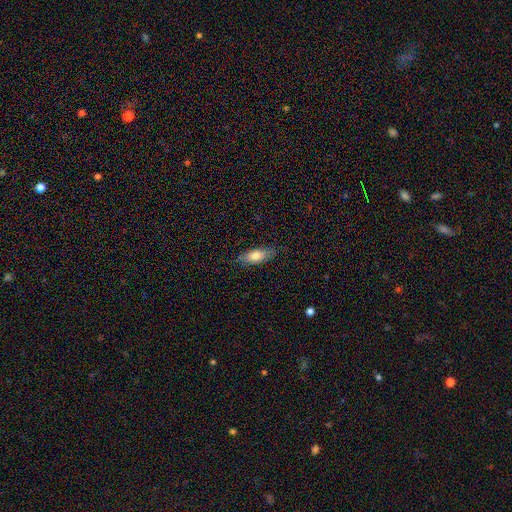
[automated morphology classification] Smooth or featured? Predicted: smooth (p=0.75). How rounded? Predicted: in between (p=0.74). Merging? Predicted: none (p=0.78).